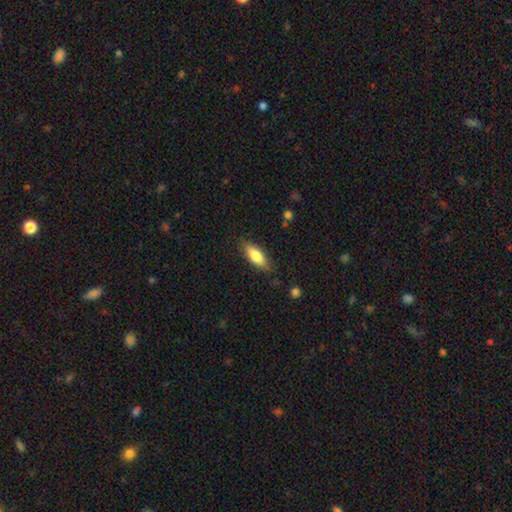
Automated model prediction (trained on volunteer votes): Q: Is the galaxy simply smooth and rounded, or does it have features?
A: smooth — 79%.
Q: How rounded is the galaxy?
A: in between — 75%.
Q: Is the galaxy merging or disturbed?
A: none — 81%.